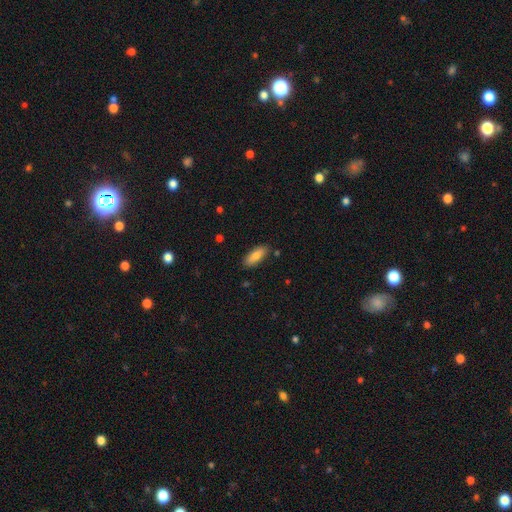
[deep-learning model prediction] smooth-or-featured: smooth: 83% | featured or disk: 10% | star or artifact: 7%
  how-rounded: in between: 74% | cigar-shaped: 24% | round: 2%
  merging: none: 85% | minor disturbance: 11% | major disturbance: 2% | merger: 2%